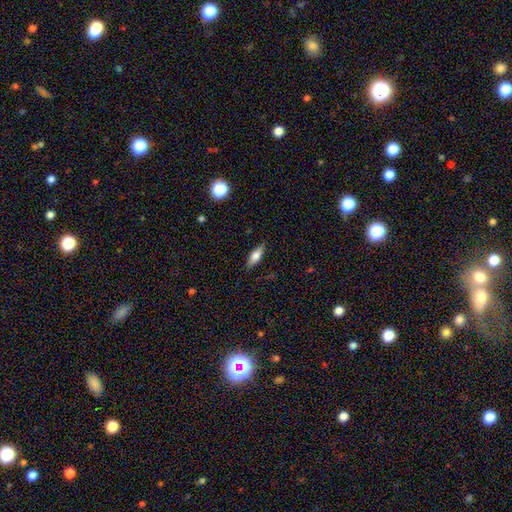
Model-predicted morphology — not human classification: A smooth galaxy with no disk features (70%) that is in between round and cigar-shaped (64%). Merging: none (85%).